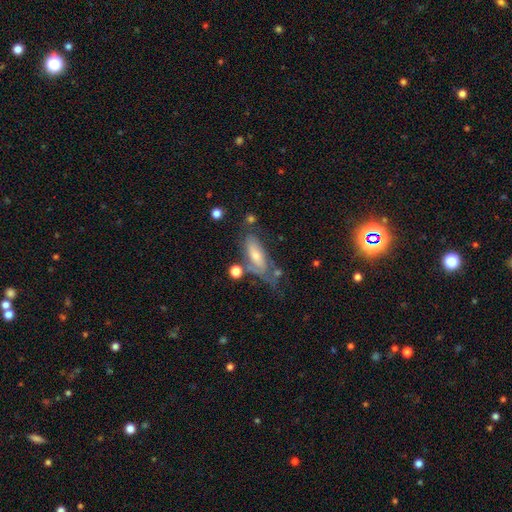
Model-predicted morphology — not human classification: Smooth or featured: featured or disk — 54% (smooth — 36%)
Edge-on disk: no — 73% (yes — 27%)
Merging: none — 46% (minor disturbance — 27%)